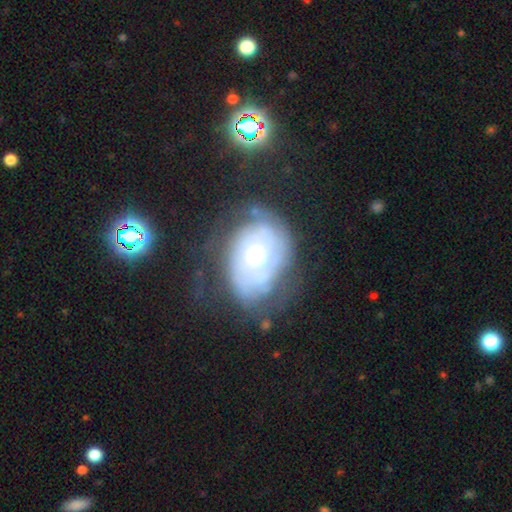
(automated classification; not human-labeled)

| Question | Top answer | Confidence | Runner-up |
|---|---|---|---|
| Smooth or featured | featured or disk | 77% | smooth (16%) |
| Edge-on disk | no | 97% | yes (3%) |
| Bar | no | 80% | weak (17%) |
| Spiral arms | yes | 82% | no (18%) |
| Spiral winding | tight | 69% | medium (22%) |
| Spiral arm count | can't tell | 54% | 2 (22%) |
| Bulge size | moderate | 54% | small (38%) |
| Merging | none | 54% | minor disturbance (25%) |